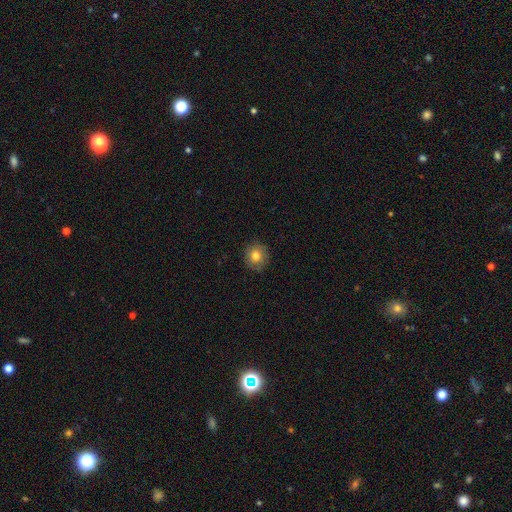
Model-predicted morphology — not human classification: Smooth or featured: smooth — 79% (featured or disk — 11%)
How rounded: round — 90% (in between — 9%)
Merging: none — 89% (minor disturbance — 8%)